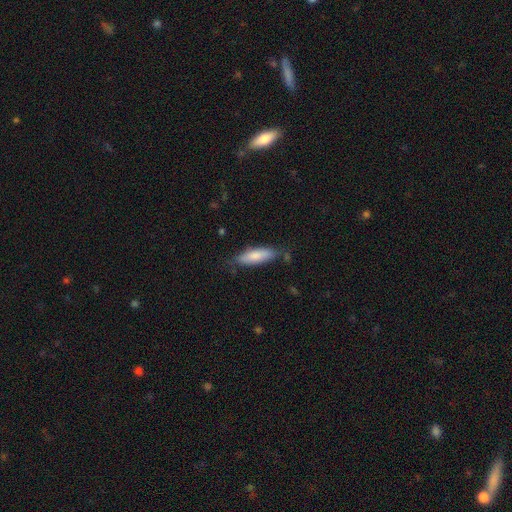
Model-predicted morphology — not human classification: A smooth galaxy with no disk features (79%) that is cigar-shaped (51%). Merging: none (73%).